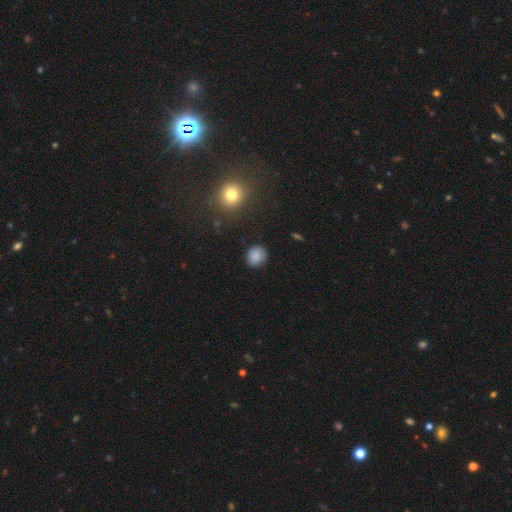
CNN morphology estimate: The model was most divided on "how rounded": round: 84%, in between: 15%, cigar-shaped: 1%. More confident: merging — none (88%); smooth or featured — smooth (85%).